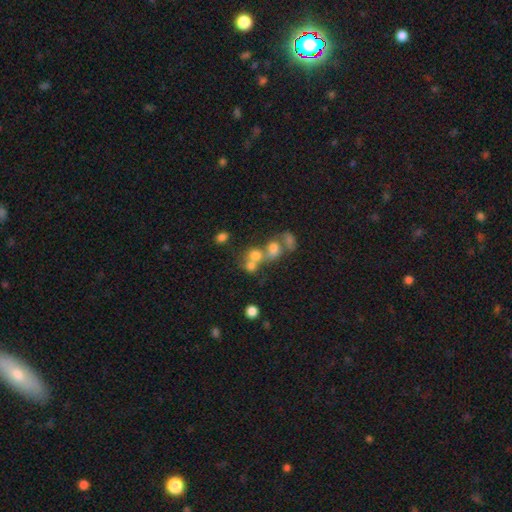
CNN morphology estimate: smooth 65%, featured or disk 18%, star or artifact 17%. Down the decision tree: how rounded — round (75%); merging — merger (52%).